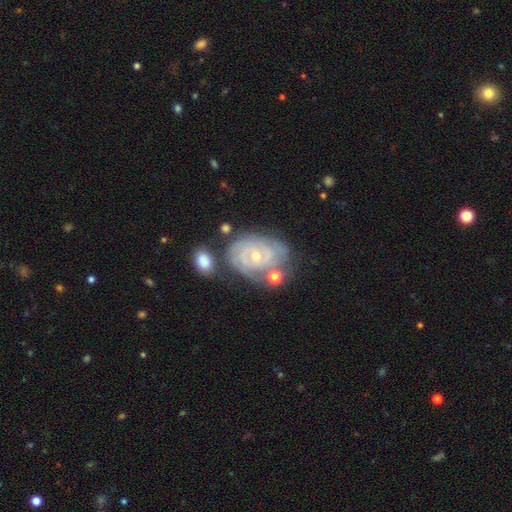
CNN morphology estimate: Q: Smooth or featured?
A: featured or disk (84%); runner-up: smooth (9%)
Q: Edge-on disk?
A: no (97%); runner-up: yes (3%)
Q: Bar?
A: no (74%); runner-up: weak (21%)
Q: Spiral arms?
A: yes (94%); runner-up: no (6%)
Q: Spiral winding?
A: tight (79%); runner-up: medium (17%)
Q: Spiral arm count?
A: can't tell (36%); runner-up: 2 (26%)
Q: Bulge size?
A: small (63%); runner-up: moderate (34%)
Q: Merging?
A: none (58%); runner-up: minor disturbance (21%)